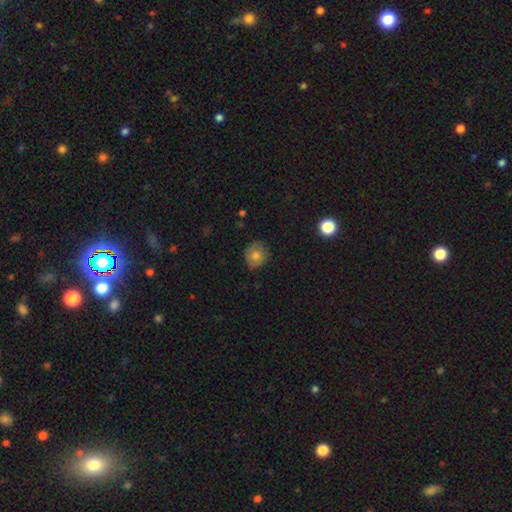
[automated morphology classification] smooth_or_featured: smooth (p=0.75) [alt: featured or disk p=0.15]
how_rounded: round (p=0.78) [alt: in between p=0.21]
merging: none (p=0.78) [alt: minor disturbance p=0.18]